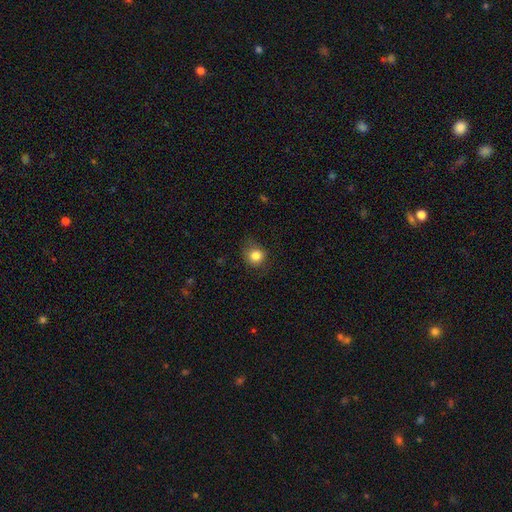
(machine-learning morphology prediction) Q: Smooth or featured?
A: smooth (83%); runner-up: star or artifact (11%)
Q: How rounded?
A: round (84%); runner-up: in between (15%)
Q: Merging?
A: none (74%); runner-up: minor disturbance (20%)